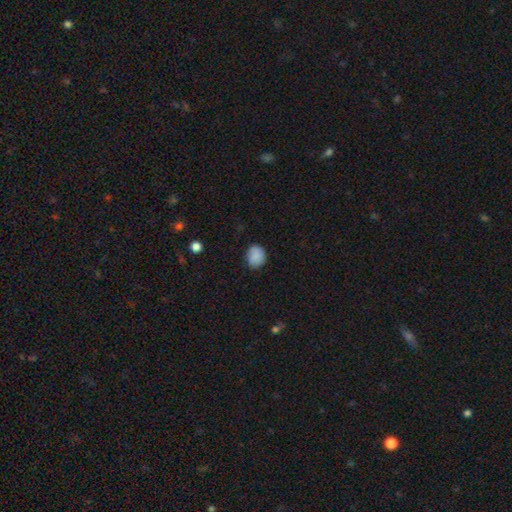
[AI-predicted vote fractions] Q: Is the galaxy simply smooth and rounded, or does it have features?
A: smooth — 88%.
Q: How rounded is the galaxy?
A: round — 68%.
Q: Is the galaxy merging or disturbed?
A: none — 84%.